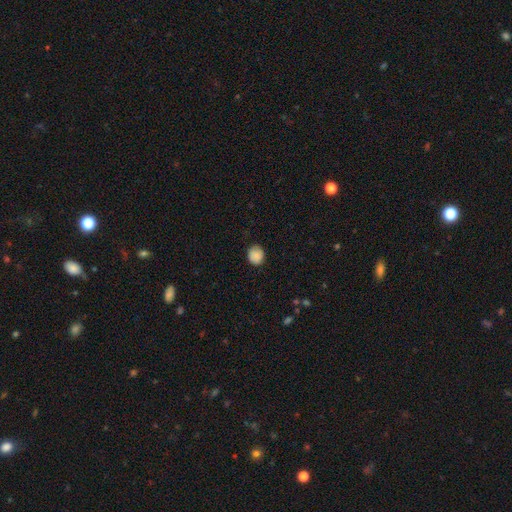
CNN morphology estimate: Smooth or featured: smooth — 86% (star or artifact — 8%)
How rounded: round — 75% (in between — 24%)
Merging: none — 81% (minor disturbance — 15%)